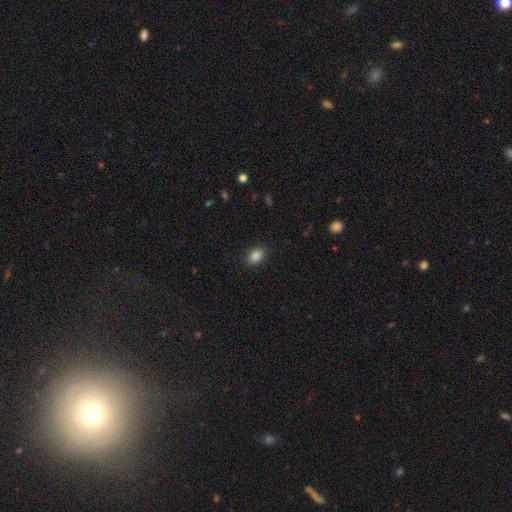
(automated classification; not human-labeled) A smooth galaxy with no disk features (88%) that is in between round and cigar-shaped (81%). Merging: none (88%).